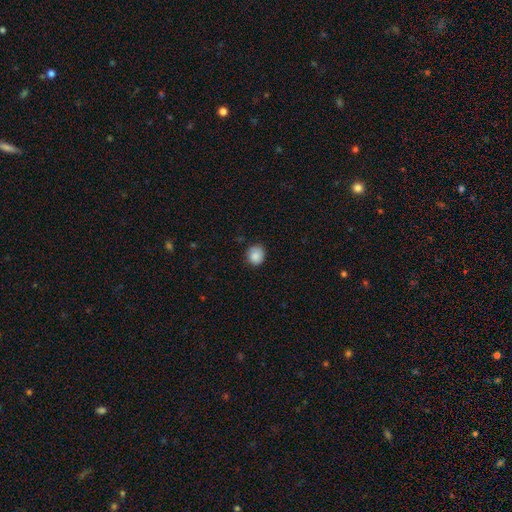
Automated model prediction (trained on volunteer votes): smooth_or_featured: smooth (p=0.86) [alt: star or artifact p=0.09]
how_rounded: round (p=0.82) [alt: in between p=0.17]
merging: none (p=0.77) [alt: minor disturbance p=0.19]